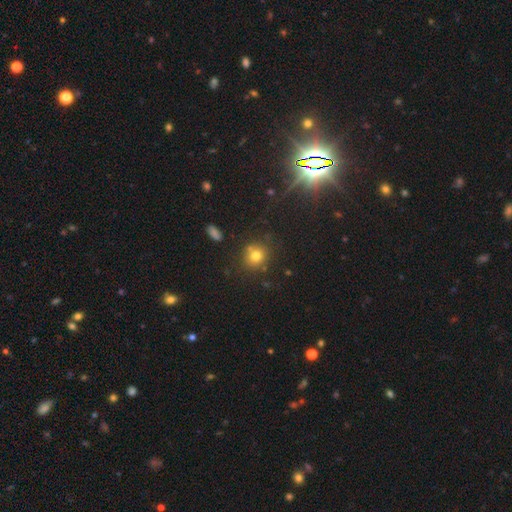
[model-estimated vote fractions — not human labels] smooth_or_featured: smooth (p=0.75) [alt: star or artifact p=0.16]
how_rounded: round (p=0.82) [alt: in between p=0.17]
merging: none (p=0.75) [alt: minor disturbance p=0.12]